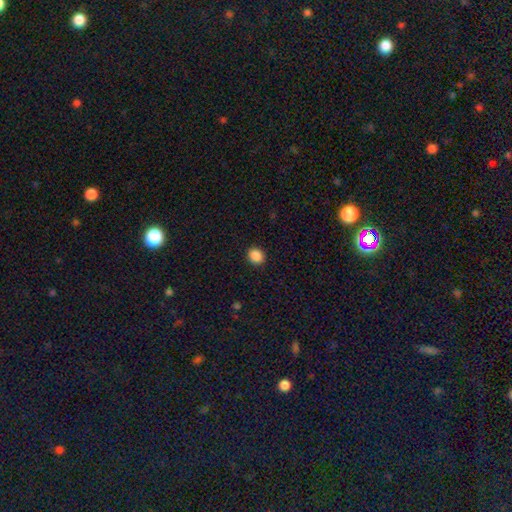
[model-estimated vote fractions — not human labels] smooth 88%, star or artifact 10%, featured or disk 3%. Down the decision tree: how rounded — round (72%); merging — none (91%).